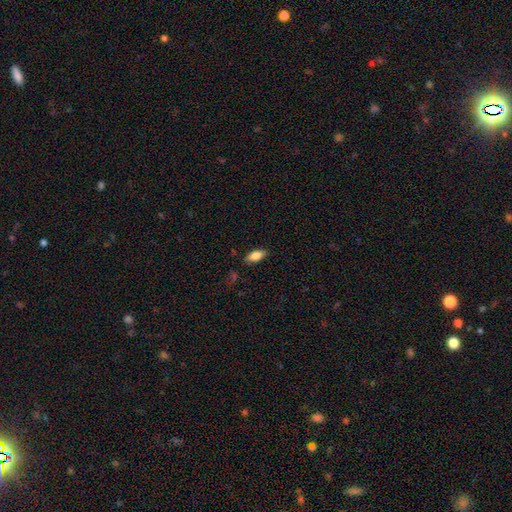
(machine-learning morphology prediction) smooth-or-featured: smooth: 80% | featured or disk: 13% | star or artifact: 7%
  how-rounded: in between: 85% | cigar-shaped: 13% | round: 2%
  merging: none: 84% | minor disturbance: 12% | major disturbance: 3% | merger: 1%